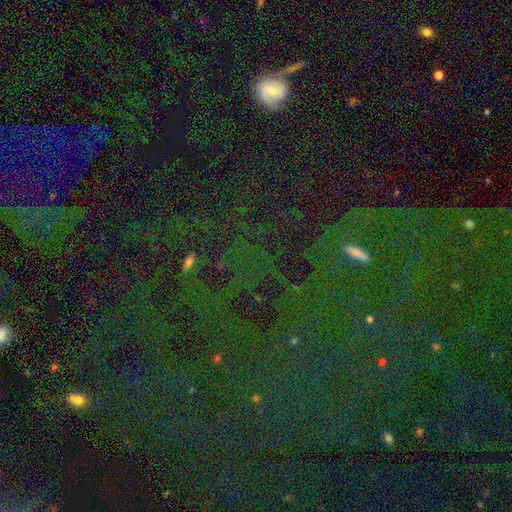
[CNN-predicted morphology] type=star or artifact (75%).